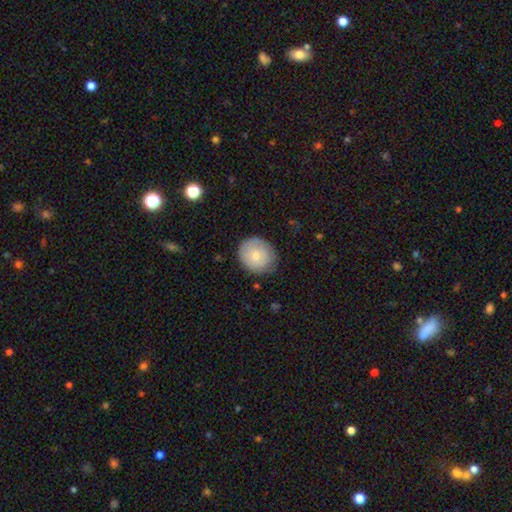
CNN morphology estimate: smooth_or_featured: smooth (p=0.79) [alt: featured or disk p=0.14]
how_rounded: round (p=0.78) [alt: in between p=0.21]
merging: none (p=0.79) [alt: minor disturbance p=0.16]